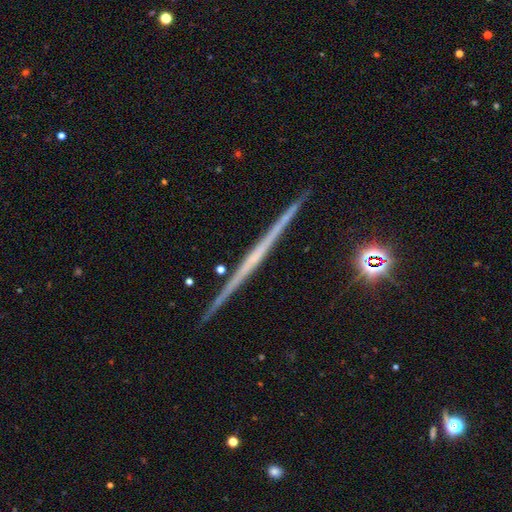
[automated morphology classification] Smooth or featured? Predicted: featured or disk (p=0.74). Edge-on disk? Predicted: yes (p=0.98). Edge-on bulge? Predicted: none (p=0.85). Merging? Predicted: none (p=0.91).